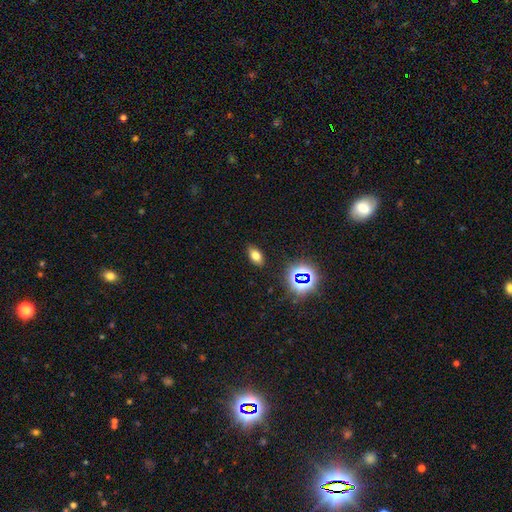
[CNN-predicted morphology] Smooth or featured: smooth — 68% (star or artifact — 20%)
How rounded: in between — 86% (round — 9%)
Merging: none — 87% (minor disturbance — 9%)